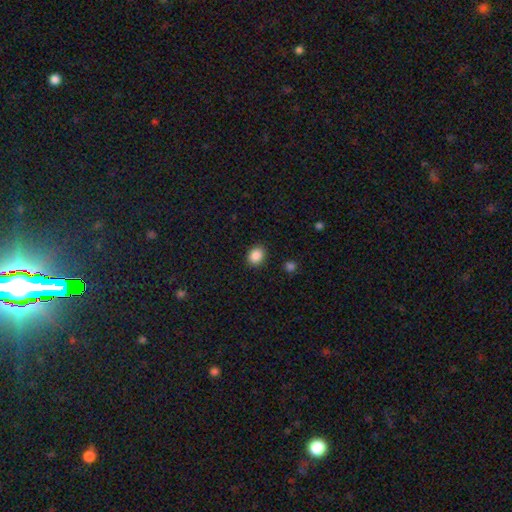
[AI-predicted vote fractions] This appears to be a smooth galaxy with no disk features (88%) that is round (53%). Merging: none (89%).